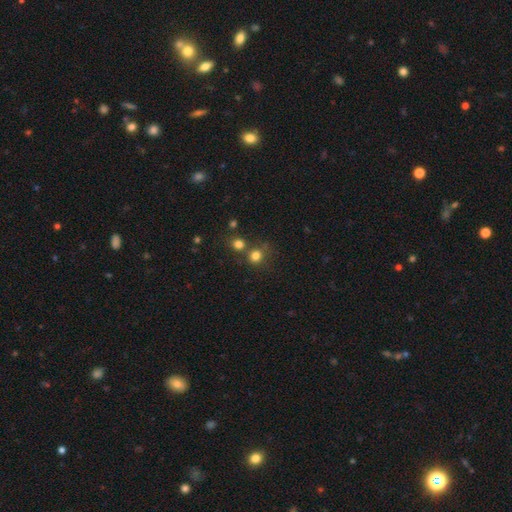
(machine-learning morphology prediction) A smooth galaxy with no disk features (76%) that is round (86%). Merging: none (63%).